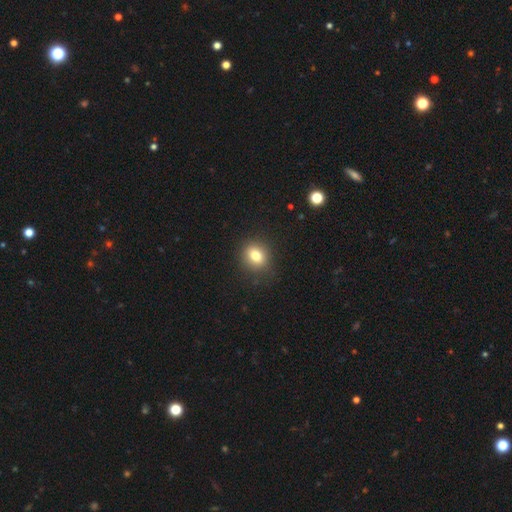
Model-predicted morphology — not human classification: This is likely a smooth galaxy (80%). How rounded: likely round (64%). Merging: clearly none (87%).